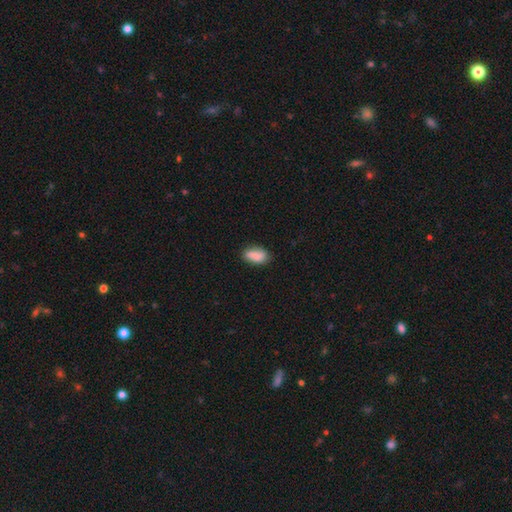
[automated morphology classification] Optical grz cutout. It shows a smooth galaxy with no disk features (86%) that is in between round and cigar-shaped (87%). Merging: none (77%).